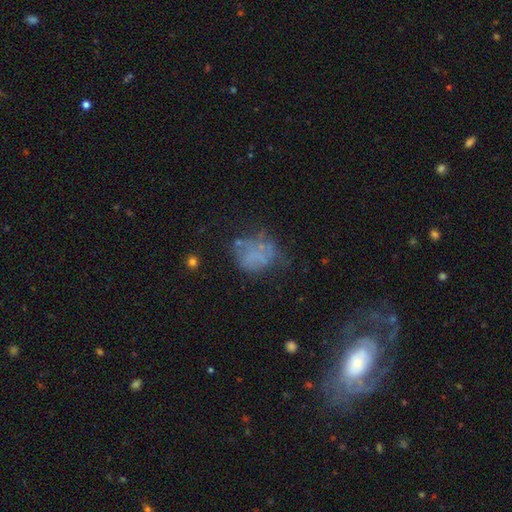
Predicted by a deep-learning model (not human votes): A smooth galaxy with no disk features (41%).

Vote fractions:
- Smooth or featured? smooth: 41% / featured or disk: 40% / star or artifact: 19%
- Merging? none: 43% / major disturbance: 26% / minor disturbance: 24% / merger: 7%